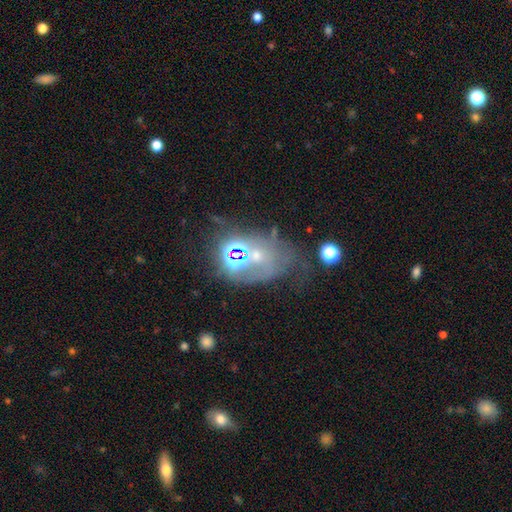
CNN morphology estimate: Smooth or featured? Predicted: star or artifact (p=0.41).